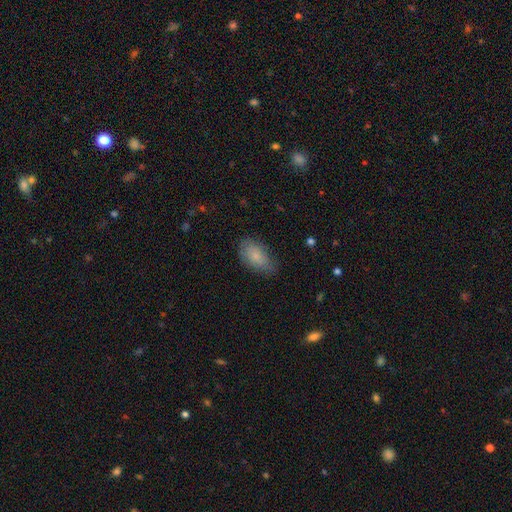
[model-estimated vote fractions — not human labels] Smooth or featured? smooth (82%)
How rounded? in between (92%)
Merging? none (70%)